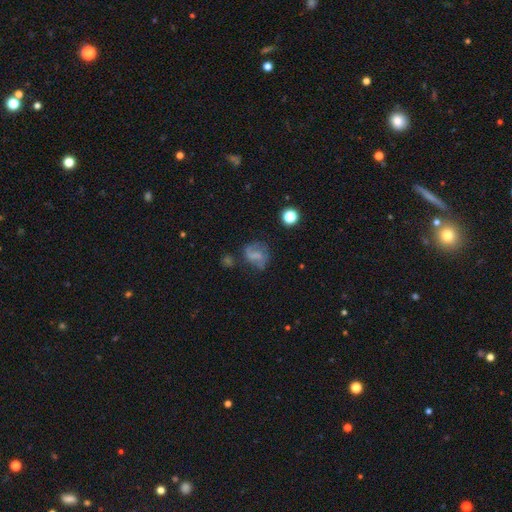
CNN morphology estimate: Smooth or featured? Predicted: featured or disk (p=0.45). Merging? Predicted: none (p=0.49).